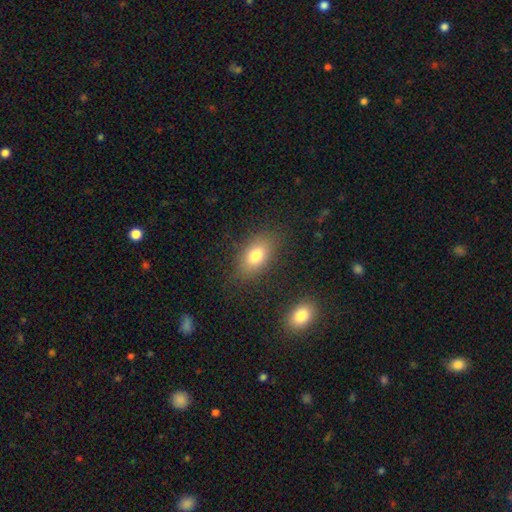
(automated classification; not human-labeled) Q: Smooth or featured?
A: smooth (78%); runner-up: featured or disk (13%)
Q: How rounded?
A: in between (85%); runner-up: round (11%)
Q: Merging?
A: none (82%); runner-up: minor disturbance (12%)